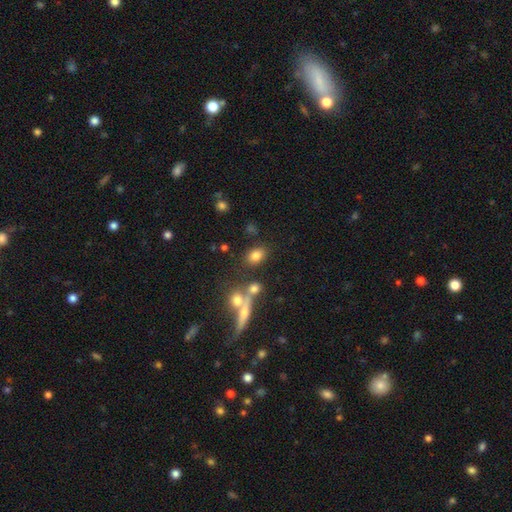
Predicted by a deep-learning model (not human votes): Overall: smooth (77%). How rounded: in between (76%). Merging: none (73%).